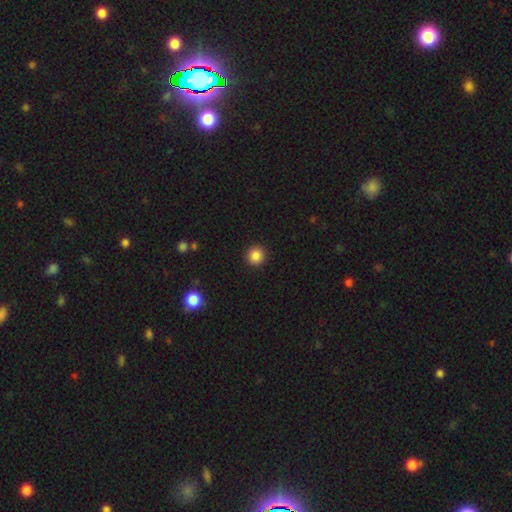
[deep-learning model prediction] smooth 86%, star or artifact 10%, featured or disk 3%. Down the decision tree: how rounded — round (95%); merging — none (93%).